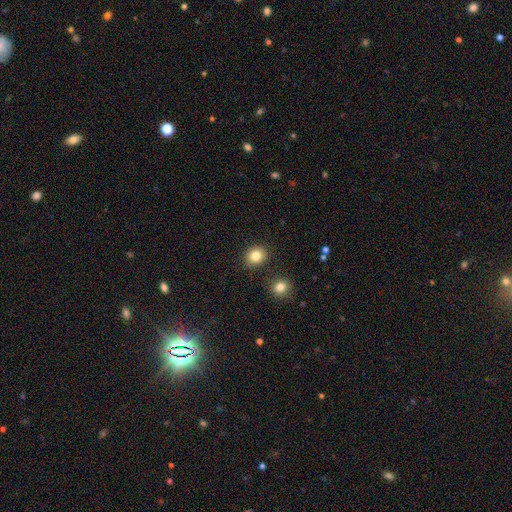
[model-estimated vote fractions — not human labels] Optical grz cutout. It shows a smooth galaxy with no disk features (83%) that is round (71%). Merging: none (87%).